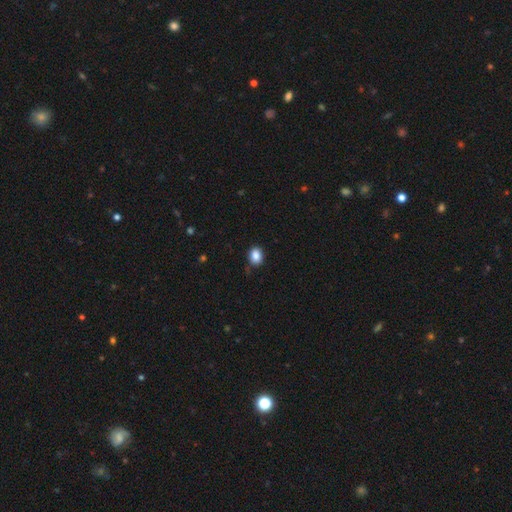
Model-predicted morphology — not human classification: The model was most divided on "how rounded": in between: 59%, round: 40%, cigar-shaped: 1%. More confident: smooth or featured — smooth (87%); merging — none (83%).